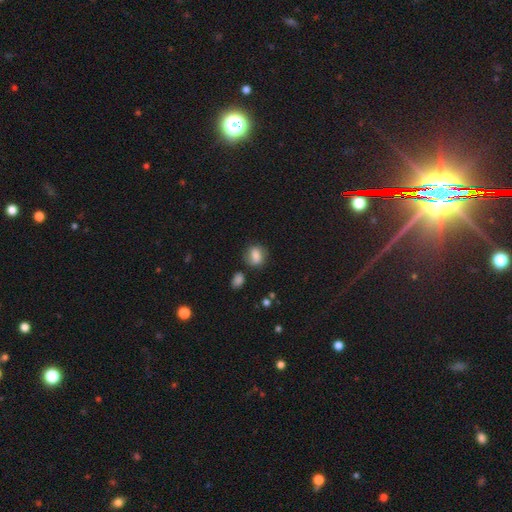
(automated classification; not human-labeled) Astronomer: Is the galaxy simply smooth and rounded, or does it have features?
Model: smooth — 73%.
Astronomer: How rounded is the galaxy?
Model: in between — 52% (runner-up: round, 45%).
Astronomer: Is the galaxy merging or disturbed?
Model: none — 67%.